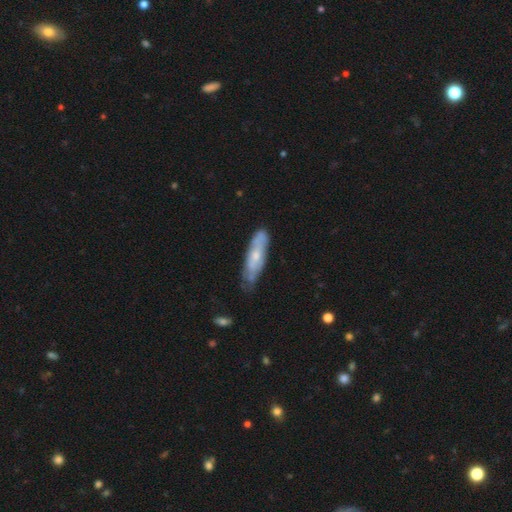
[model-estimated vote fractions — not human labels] smooth_or_featured: featured or disk (p=0.52) [alt: smooth p=0.42]
disk_edge_on: no (p=0.67) [alt: yes p=0.33]
merging: none (p=0.63) [alt: minor disturbance p=0.28]